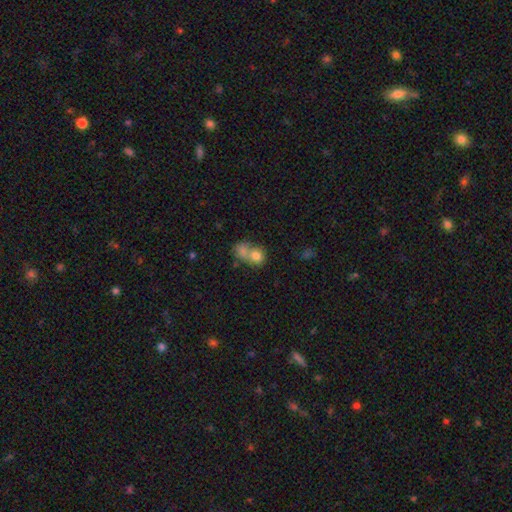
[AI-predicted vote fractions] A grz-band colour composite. It shows a smooth galaxy with no disk features (76%) that is round (61%). Merging: merger (64%).